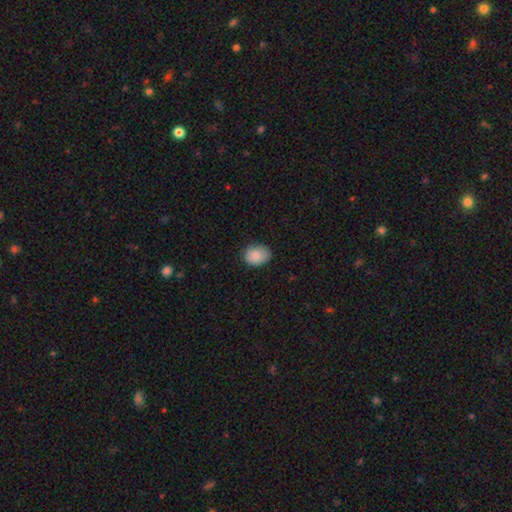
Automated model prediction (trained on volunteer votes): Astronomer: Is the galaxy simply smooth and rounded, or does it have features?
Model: smooth — 86%.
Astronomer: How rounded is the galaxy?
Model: in between — 61% (runner-up: round, 38%).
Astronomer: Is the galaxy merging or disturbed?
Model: none — 79%.